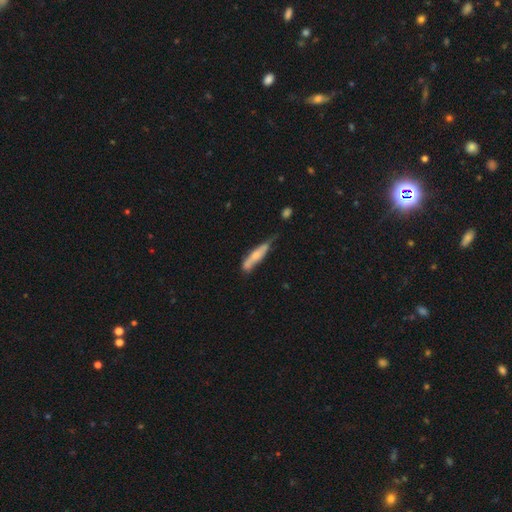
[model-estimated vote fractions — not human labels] smooth 52%, featured or disk 42%, star or artifact 6%. Down the decision tree: how rounded — cigar-shaped (82%); merging — none (46%).